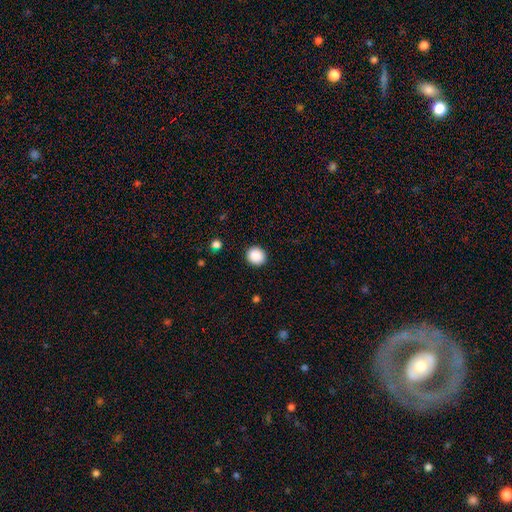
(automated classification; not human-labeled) Smooth or featured? smooth (89%)
How rounded? round (87%)
Merging? none (91%)